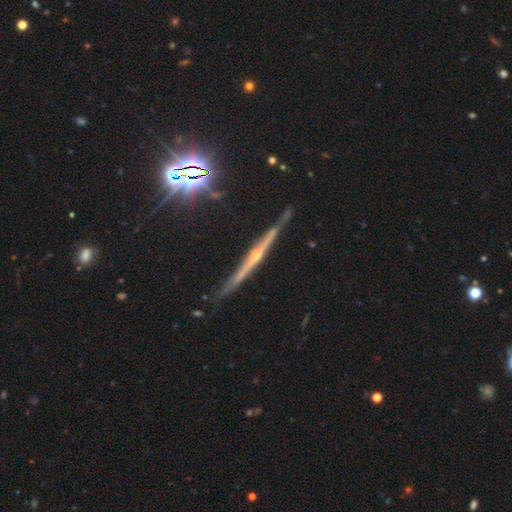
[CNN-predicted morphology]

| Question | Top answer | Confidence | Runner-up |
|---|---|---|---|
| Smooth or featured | featured or disk | 81% | star or artifact (11%) |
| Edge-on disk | yes | 98% | no (2%) |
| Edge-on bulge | rounded | 83% | none (12%) |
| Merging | none | 85% | minor disturbance (11%) |